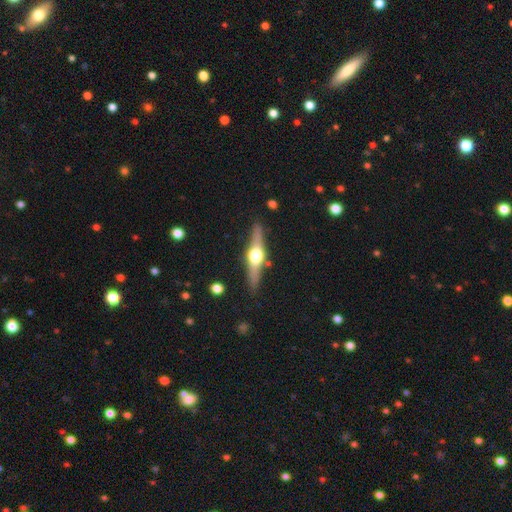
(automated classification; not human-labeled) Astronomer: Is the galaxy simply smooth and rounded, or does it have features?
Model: featured or disk — 74%.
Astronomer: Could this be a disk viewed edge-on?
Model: yes — 97%.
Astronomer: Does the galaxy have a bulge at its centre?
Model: rounded — 95%.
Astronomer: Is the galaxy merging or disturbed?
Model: none — 87%.